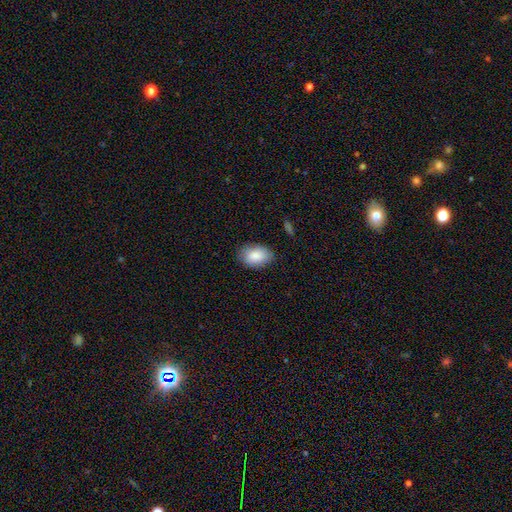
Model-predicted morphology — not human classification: smooth 87%, featured or disk 7%, star or artifact 7%. Down the decision tree: how rounded — in between (86%); merging — none (82%).